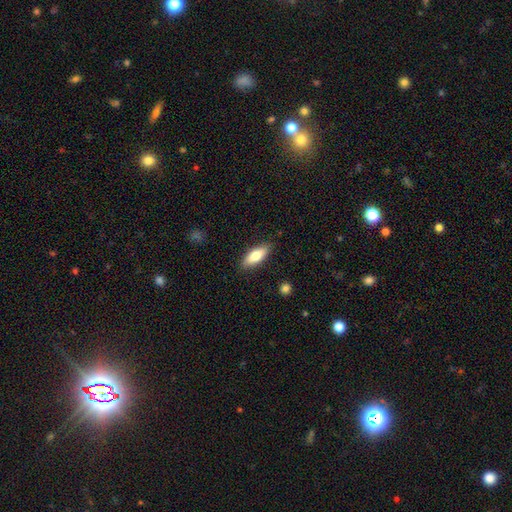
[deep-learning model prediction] smooth-or-featured: smooth: 75% | featured or disk: 19% | star or artifact: 6%
  how-rounded: in between: 69% | cigar-shaped: 29% | round: 2%
  merging: none: 87% | minor disturbance: 10% | major disturbance: 2% | merger: 1%